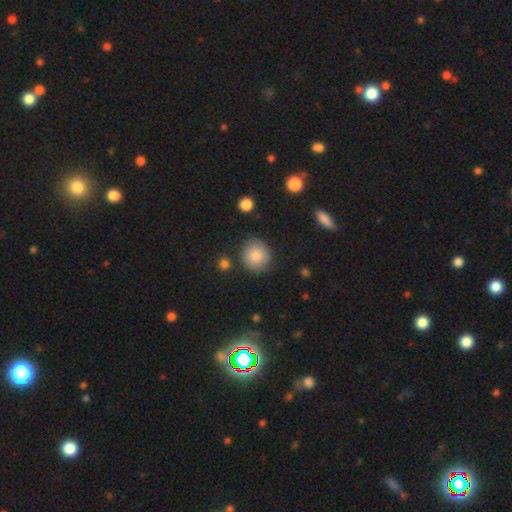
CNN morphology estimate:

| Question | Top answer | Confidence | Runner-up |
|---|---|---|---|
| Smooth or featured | smooth | 85% | star or artifact (8%) |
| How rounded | round | 89% | in between (10%) |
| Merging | none | 82% | minor disturbance (11%) |